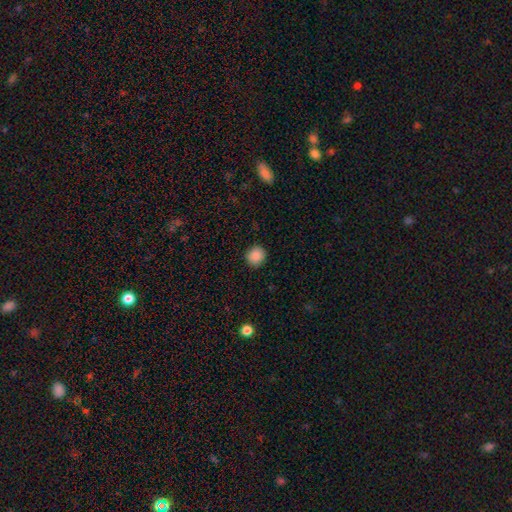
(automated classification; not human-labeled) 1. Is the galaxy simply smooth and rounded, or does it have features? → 88% smooth, 9% star or artifact, 3% featured or disk.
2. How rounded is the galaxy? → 89% round, 10% in between, 1% cigar-shaped.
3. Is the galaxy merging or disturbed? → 90% none, 7% minor disturbance, 2% major disturbance, 1% merger.